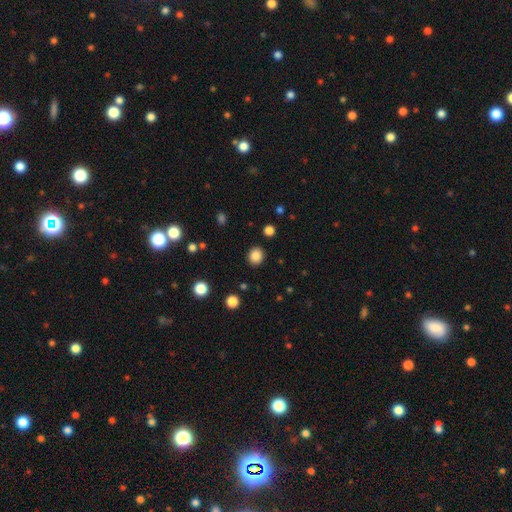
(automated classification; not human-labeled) Smooth or featured?
  - smooth: 85% *
  - star or artifact: 11%
  - featured or disk: 4%
How rounded?
  - round: 78% *
  - in between: 21%
  - cigar-shaped: 1%
Merging?
  - none: 90% *
  - minor disturbance: 6%
  - major disturbance: 2%
  - merger: 1%